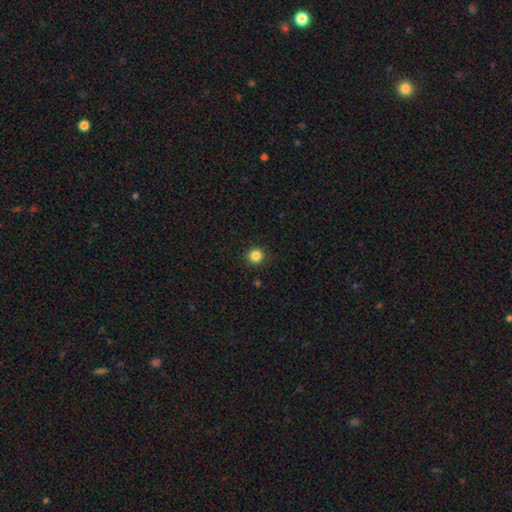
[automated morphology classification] Smooth or featured? Predicted: smooth (p=0.85). How rounded? Predicted: round (p=0.94). Merging? Predicted: none (p=0.92).